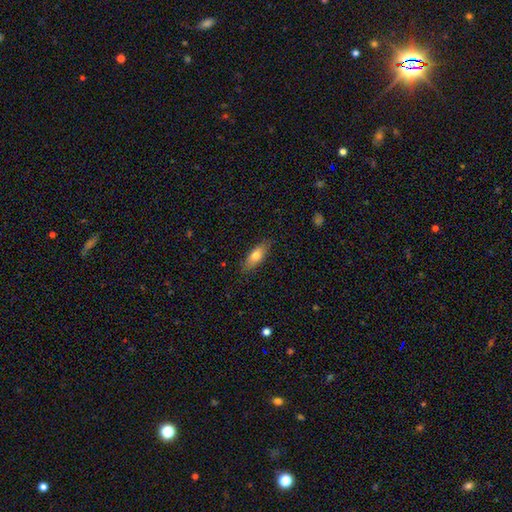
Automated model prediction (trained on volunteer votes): smooth 74%, featured or disk 20%, star or artifact 7%. Down the decision tree: how rounded — in between (73%); merging — none (84%).